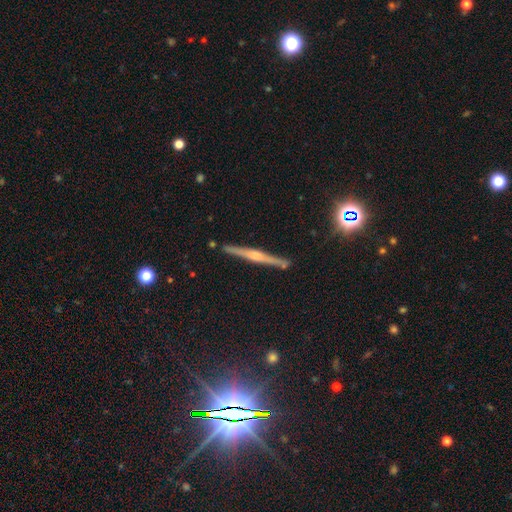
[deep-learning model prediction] Morphology: type=featured or disk (72%); edge-on=yes (98%); edge-on bulge=rounded (62%); merging=none (90%).